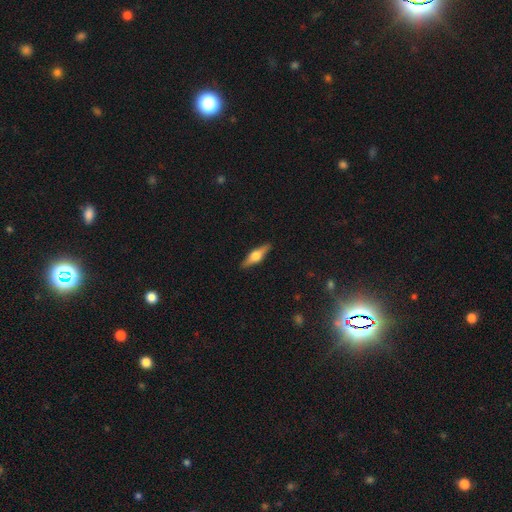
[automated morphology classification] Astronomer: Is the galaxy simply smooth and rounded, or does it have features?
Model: featured or disk — 61%.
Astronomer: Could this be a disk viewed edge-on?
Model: yes — 96%.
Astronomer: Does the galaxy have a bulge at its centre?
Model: rounded — 93%.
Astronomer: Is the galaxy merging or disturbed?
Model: none — 90%.